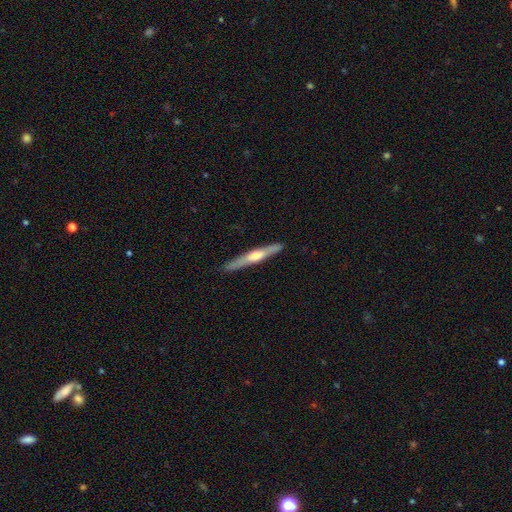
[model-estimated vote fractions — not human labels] Overall: featured or disk (60%; smooth 35%). Edge-on disk: yes (96%). Edge-on bulge: rounded (77%). Merging: none (89%).